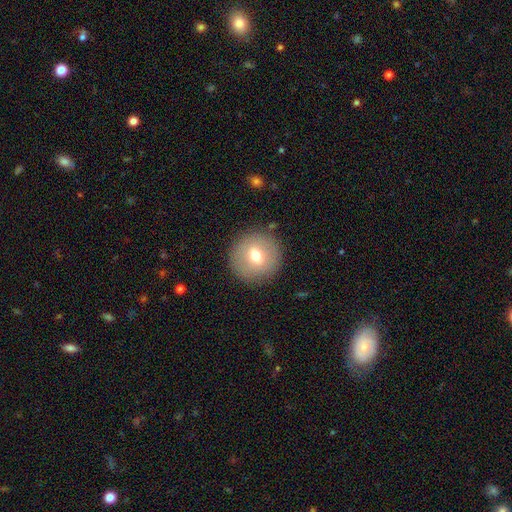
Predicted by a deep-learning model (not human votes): Morphology: type=smooth (67%); roundness=round (94%); merging=none (87%).